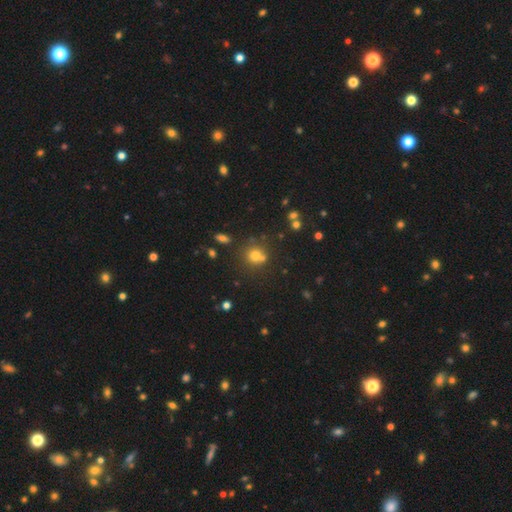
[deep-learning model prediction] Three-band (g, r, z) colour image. It shows a smooth galaxy with no disk features (70%) that is round (84%). Merging: none (60%).